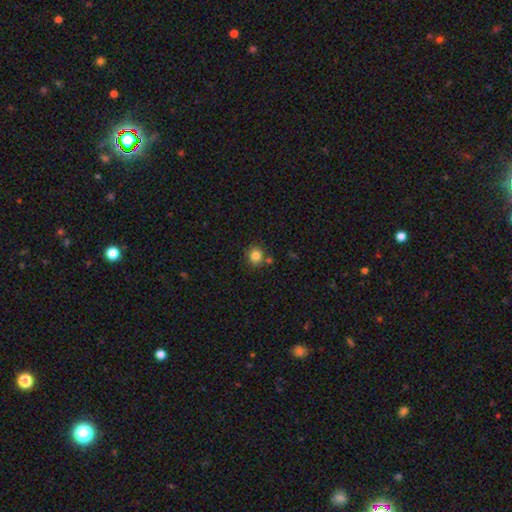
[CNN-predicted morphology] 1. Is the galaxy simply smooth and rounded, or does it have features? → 84% smooth, 11% star or artifact, 5% featured or disk.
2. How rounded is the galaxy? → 81% round, 18% in between, 1% cigar-shaped.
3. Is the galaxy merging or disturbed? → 76% none, 10% minor disturbance, 10% merger, 3% major disturbance.